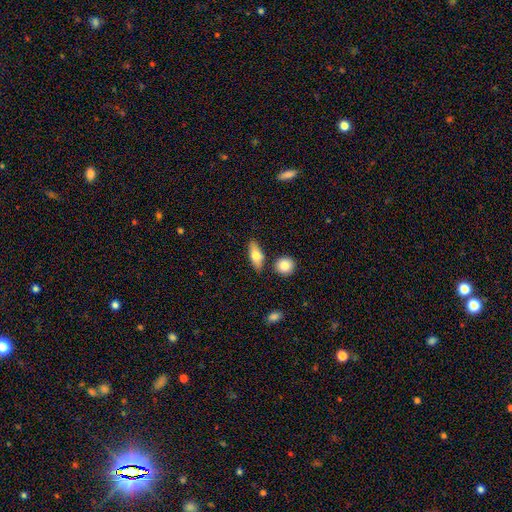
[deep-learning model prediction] Smooth or featured? Predicted: smooth (p=0.69). How rounded? Predicted: in between (p=0.72). Merging? Predicted: none (p=0.75).